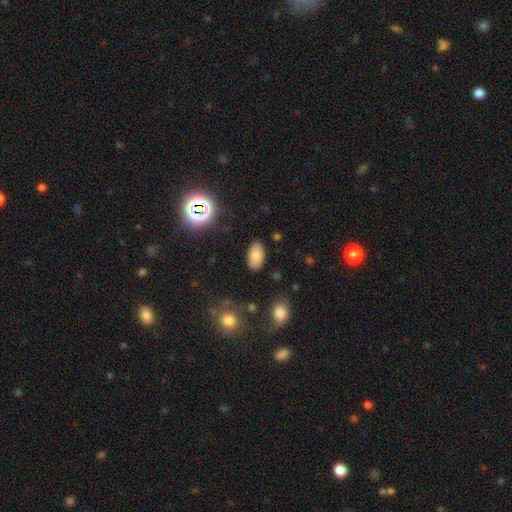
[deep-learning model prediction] Smooth or featured? Predicted: smooth (p=0.75). How rounded? Predicted: in between (p=0.94). Merging? Predicted: none (p=0.86).